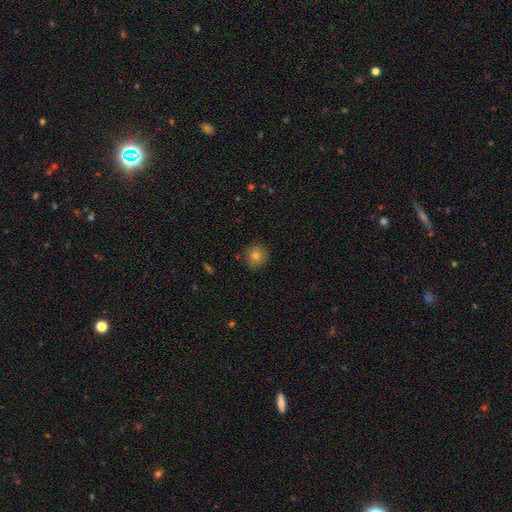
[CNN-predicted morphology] The model was most divided on "smooth or featured": smooth: 77%, star or artifact: 12%, featured or disk: 11%. More confident: how rounded — round (88%); merging — none (86%).